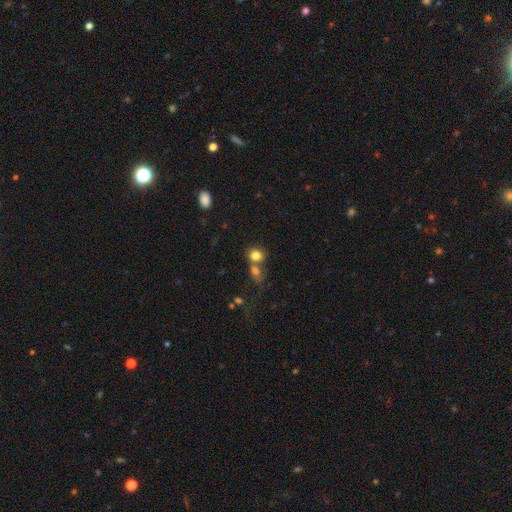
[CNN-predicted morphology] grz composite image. It shows a smooth galaxy with no disk features (80%) that is round (70%). Merging: none (45%).